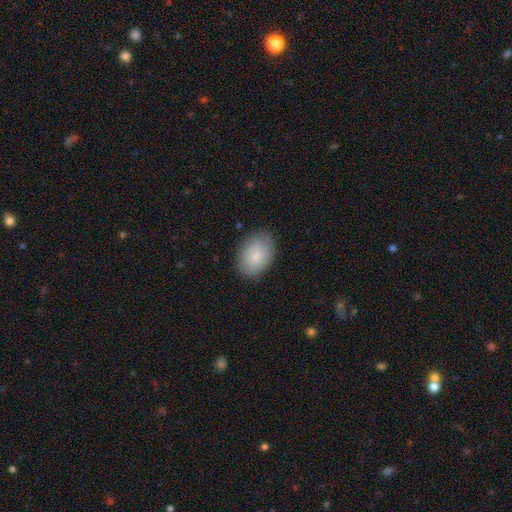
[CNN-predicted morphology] Overall: smooth (83%). How rounded: in between (84%). Merging: none (84%).